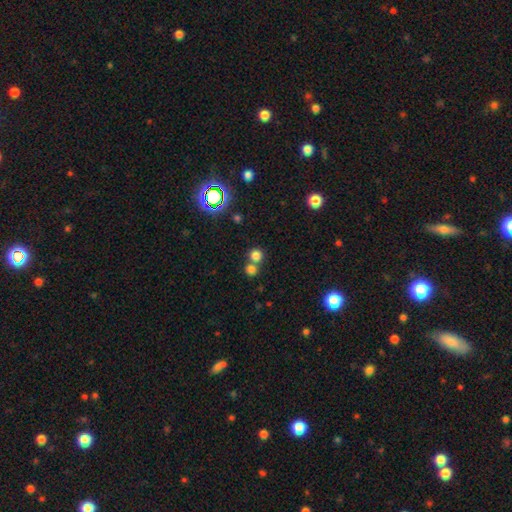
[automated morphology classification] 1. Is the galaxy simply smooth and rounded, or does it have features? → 75% smooth, 19% star or artifact, 7% featured or disk.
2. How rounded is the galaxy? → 90% round, 9% in between, 1% cigar-shaped.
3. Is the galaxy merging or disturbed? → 55% none, 37% merger, 5% minor disturbance, 2% major disturbance.